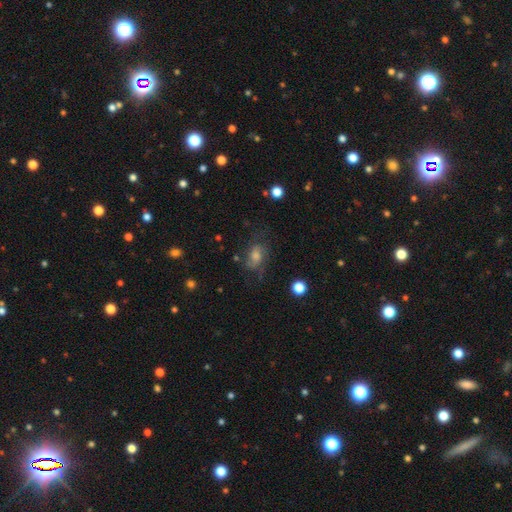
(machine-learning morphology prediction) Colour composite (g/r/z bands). It shows a featured or disk galaxy (49%). Merging: none (63%).